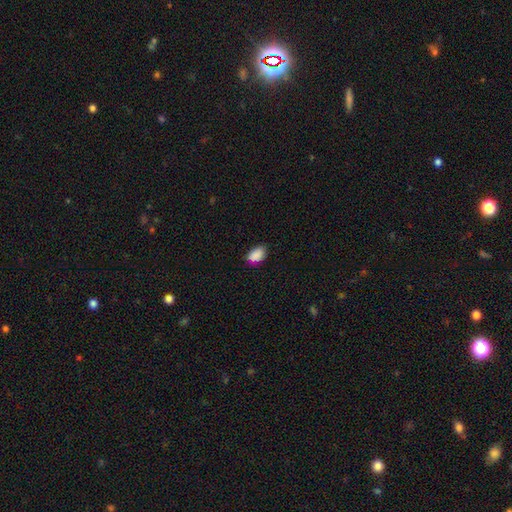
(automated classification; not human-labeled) Smooth or featured?
  - smooth: 88% *
  - star or artifact: 8%
  - featured or disk: 4%
How rounded?
  - in between: 88% *
  - round: 11%
  - cigar-shaped: 1%
Merging?
  - none: 72% *
  - minor disturbance: 23%
  - major disturbance: 3%
  - merger: 2%